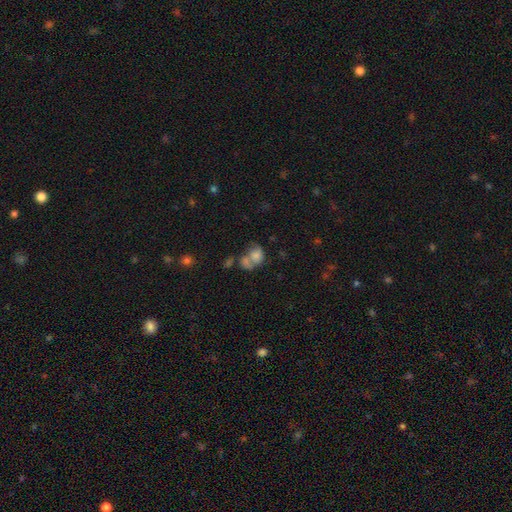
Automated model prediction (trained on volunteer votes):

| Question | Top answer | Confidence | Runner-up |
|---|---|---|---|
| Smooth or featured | smooth | 65% | featured or disk (24%) |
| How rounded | in between | 54% | round (45%) |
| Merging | merger | 57% | none (21%) |